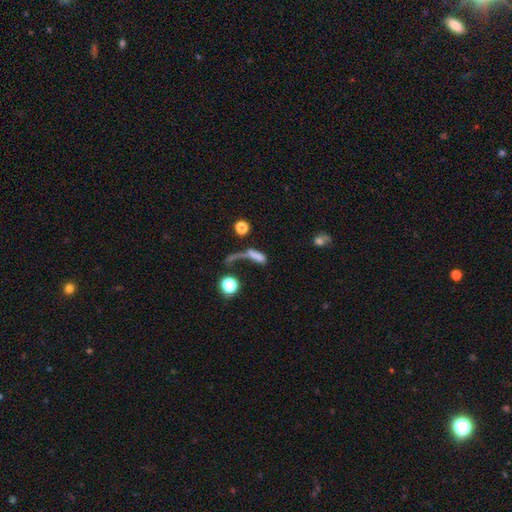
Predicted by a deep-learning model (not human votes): smooth 60%, featured or disk 24%, star or artifact 16%. Down the decision tree: how rounded — in between (47%); merging — major disturbance (35%).